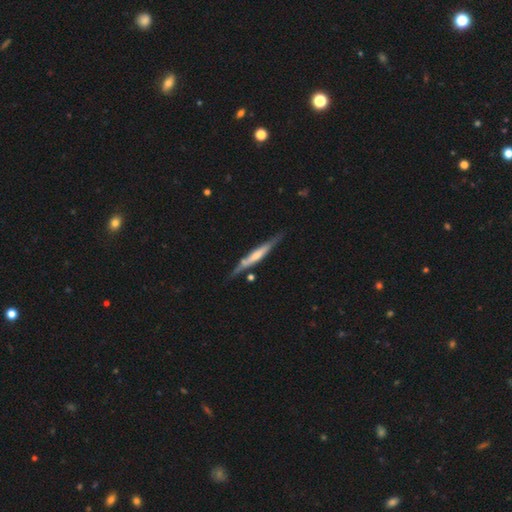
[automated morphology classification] The model was most divided on "edge-on bulge": none: 38%, rounded: 34%, boxy: 27%. More confident: edge-on disk — yes (93%); merging — none (75%); smooth or featured — featured or disk (58%).